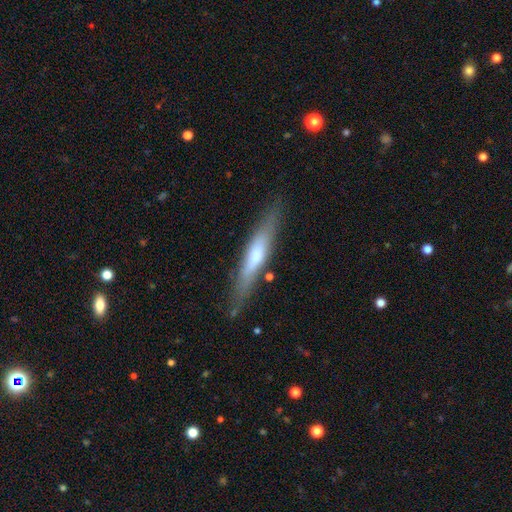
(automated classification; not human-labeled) Q: Smooth or featured?
A: smooth (51%); runner-up: featured or disk (43%)
Q: How rounded?
A: cigar-shaped (87%); runner-up: in between (12%)
Q: Merging?
A: none (80%); runner-up: minor disturbance (14%)